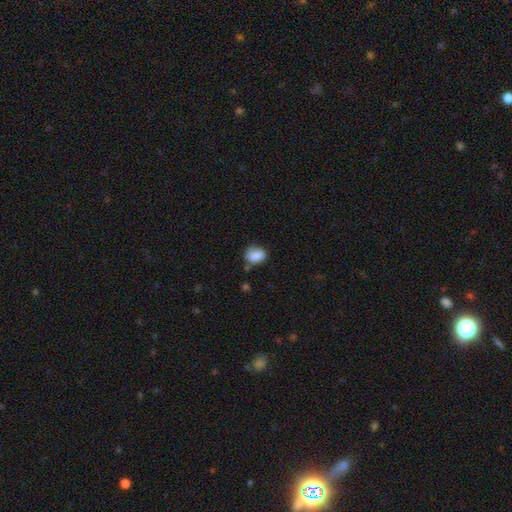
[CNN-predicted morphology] A smooth galaxy with no disk features (83%) that is in between round and cigar-shaped (60%). Merging: none (59%).